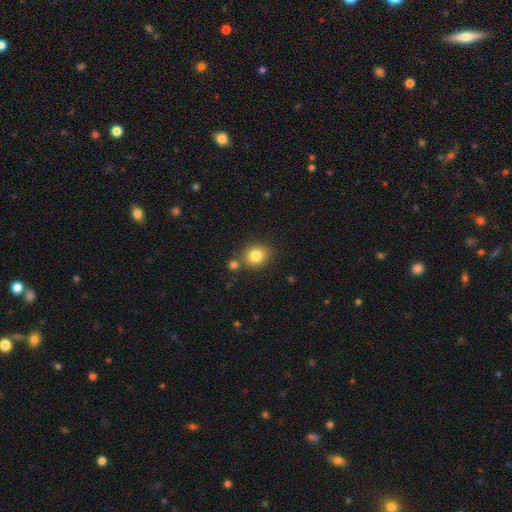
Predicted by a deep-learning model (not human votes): smooth_or_featured: smooth (p=0.82) [alt: star or artifact p=0.10]
how_rounded: round (p=0.74) [alt: in between p=0.25]
merging: none (p=0.74) [alt: merger p=0.12]